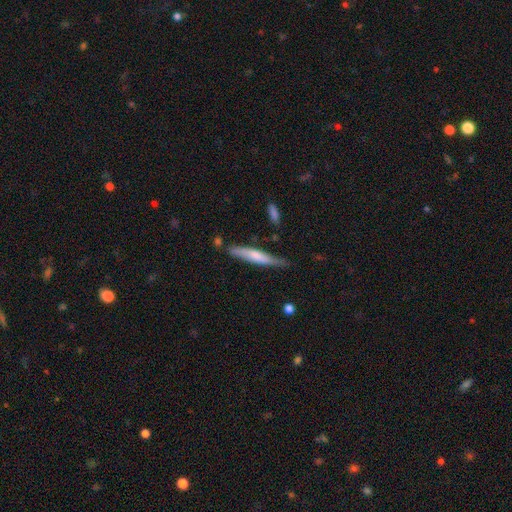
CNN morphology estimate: smooth 59%, featured or disk 36%, star or artifact 5%. Down the decision tree: how rounded — cigar-shaped (90%); merging — none (70%).